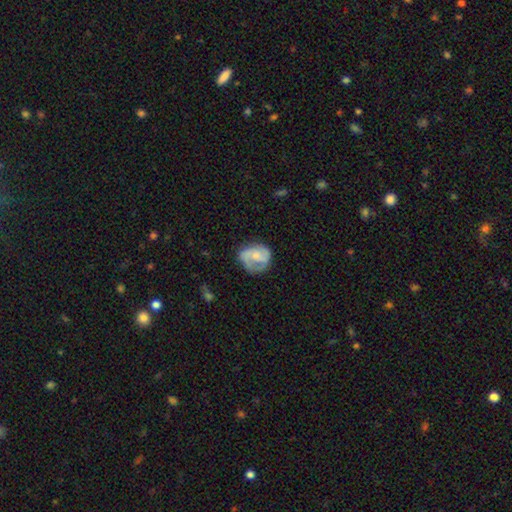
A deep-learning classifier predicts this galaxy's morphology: smooth-or-featured: featured or disk: 60% | smooth: 33% | star or artifact: 6%
  disk-edge-on: no: 98% | yes: 2%
    bar: no: 61% | weak: 32% | strong: 7%
    has-spiral-arms: yes: 83% | no: 17%
    bulge-size: small: 47% | moderate: 36% | none: 12% | large: 4% | dominant: 1%
  merging: none: 57% | minor disturbance: 26% | major disturbance: 15% | merger: 2%